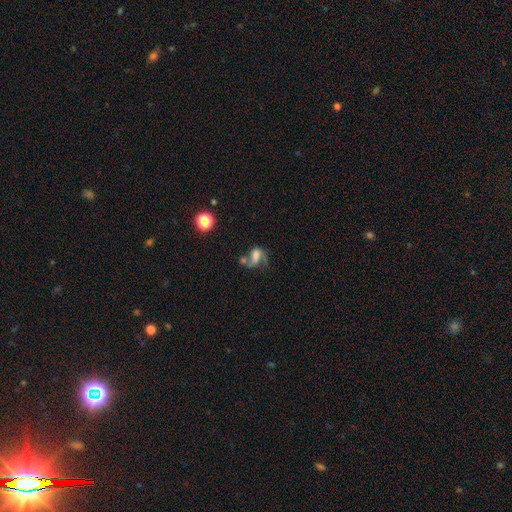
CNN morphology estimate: smooth_or_featured: featured or disk (p=0.44) [alt: smooth p=0.41]
merging: merger (p=0.31) [alt: major disturbance p=0.29]